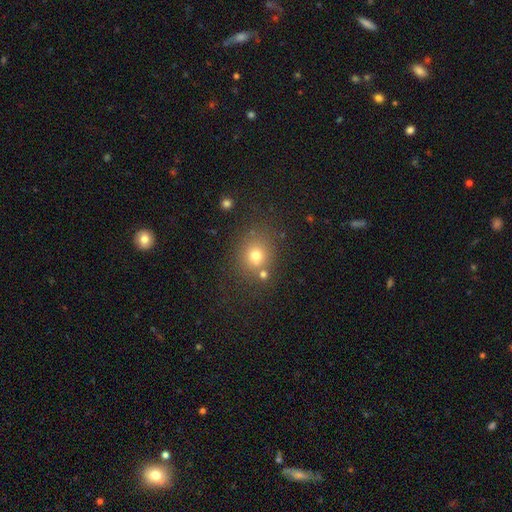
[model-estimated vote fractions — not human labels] Smooth or featured? smooth (72%)
How rounded? round (70%)
Merging? none (70%)